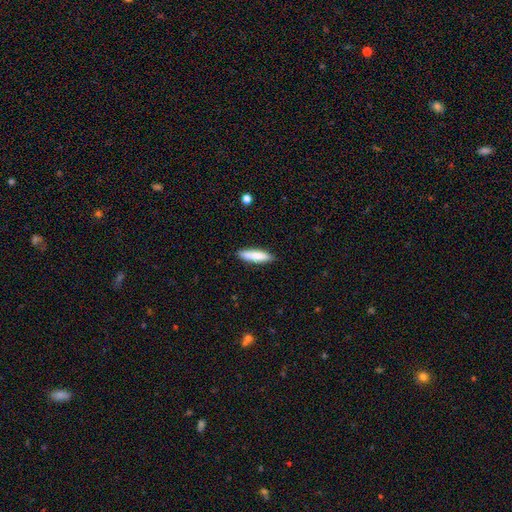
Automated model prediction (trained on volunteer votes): Overall: smooth (83%). How rounded: cigar-shaped (71%). Merging: none (87%).